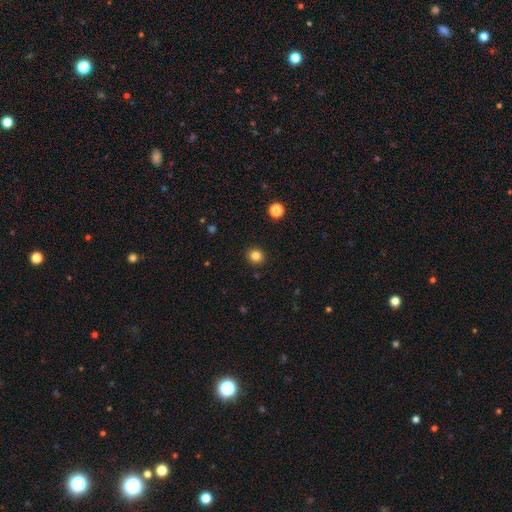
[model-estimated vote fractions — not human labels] Smooth or featured? smooth (83%)
How rounded? round (87%)
Merging? none (91%)